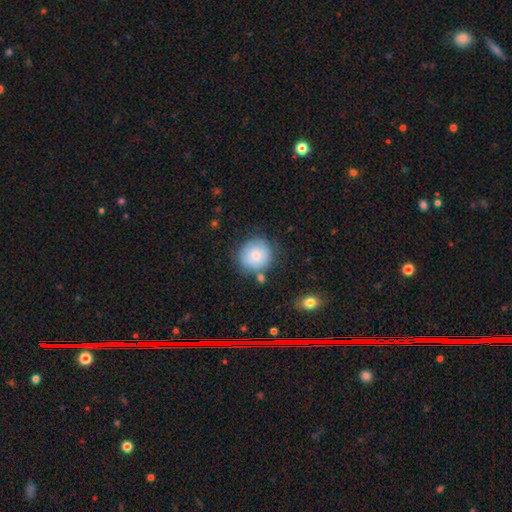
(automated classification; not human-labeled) Smooth or featured? smooth (79%)
How rounded? round (91%)
Merging? none (72%)